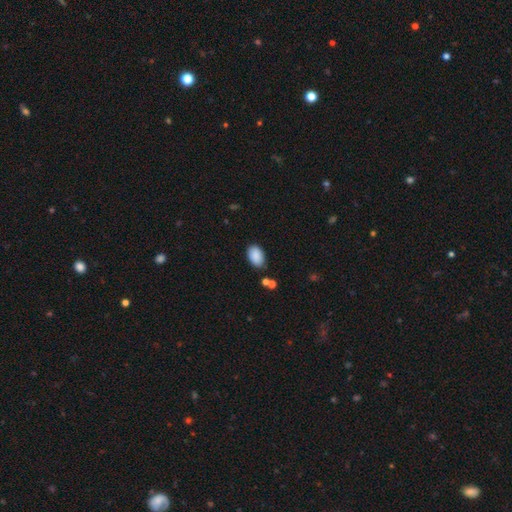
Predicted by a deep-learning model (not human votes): Morphology: type=smooth (89%); roundness=in between (90%); merging=none (81%).